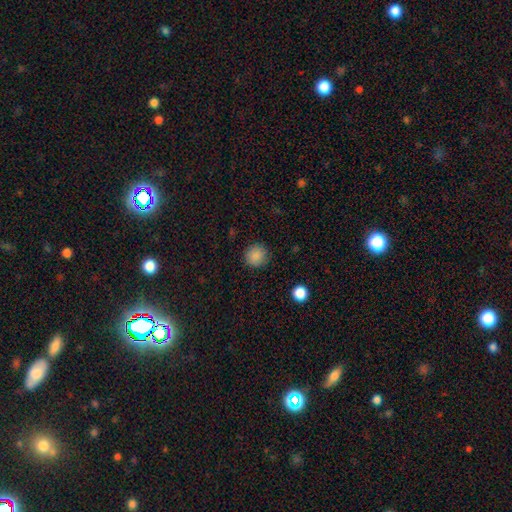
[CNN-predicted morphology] type=smooth (87%); roundness=round (93%); merging=none (88%).